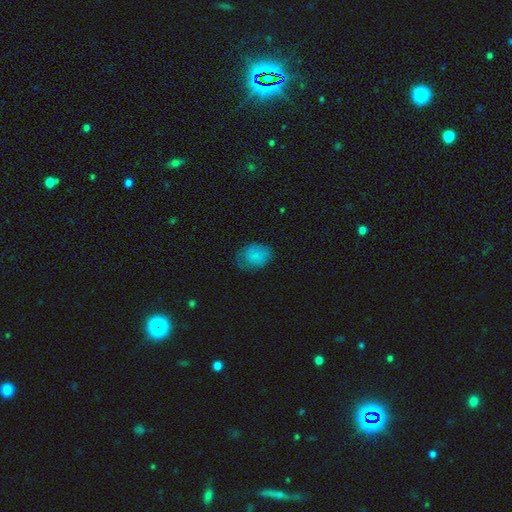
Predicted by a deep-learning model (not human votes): Morphology: type=smooth (81%); roundness=in between (72%); merging=none (60%).